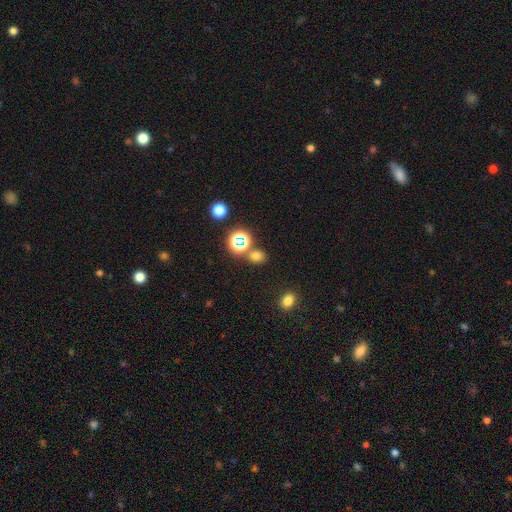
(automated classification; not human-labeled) smooth_or_featured: smooth (p=0.64) [alt: star or artifact p=0.30]
how_rounded: round (p=0.60) [alt: in between p=0.39]
merging: none (p=0.75) [alt: merger p=0.13]